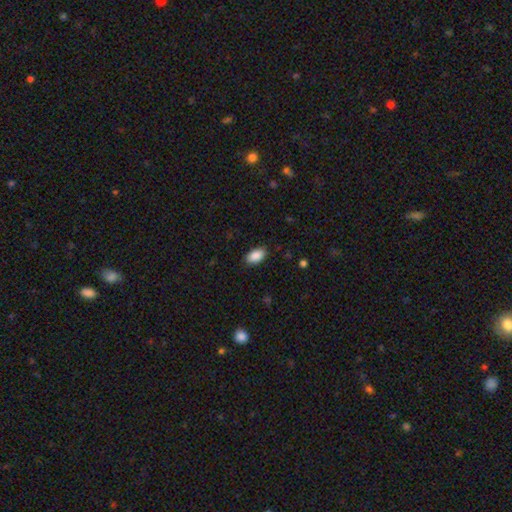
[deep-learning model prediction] A smooth galaxy with no disk features (90%) that is in between round and cigar-shaped (94%). Merging: none (87%).